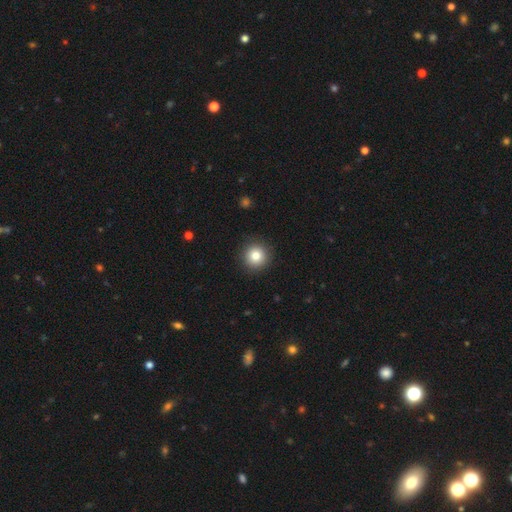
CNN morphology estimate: Smooth or featured?
  - smooth: 83% *
  - star or artifact: 10%
  - featured or disk: 7%
How rounded?
  - round: 95% *
  - in between: 4%
  - cigar-shaped: 1%
Merging?
  - none: 91% *
  - minor disturbance: 6%
  - major disturbance: 2%
  - merger: 1%